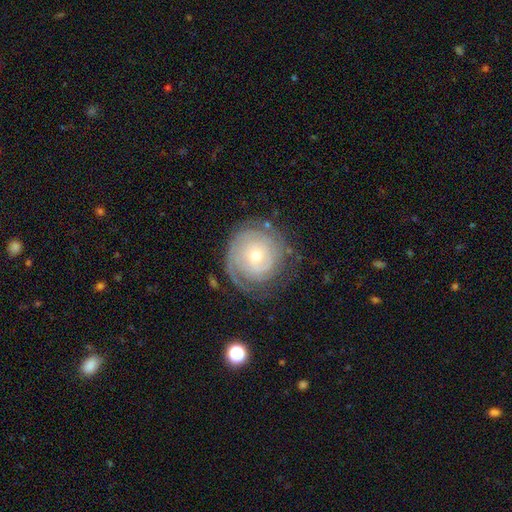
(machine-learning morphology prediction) Smooth or featured? featured or disk (76%)
Edge-on disk? no (97%)
Bar? no (77%)
Spiral arms? yes (90%)
Spiral winding? tight (78%)
Spiral arm count? can't tell (43%)
Bulge size? small (62%)
Merging? none (70%)